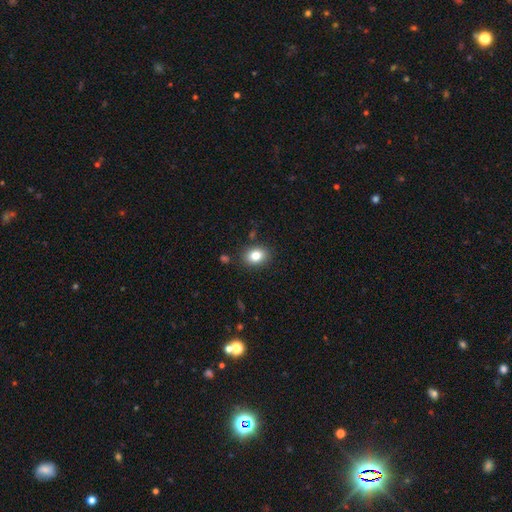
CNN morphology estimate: This is clearly a smooth galaxy (82%). How rounded: possibly in between (59%). Merging: clearly none (86%).